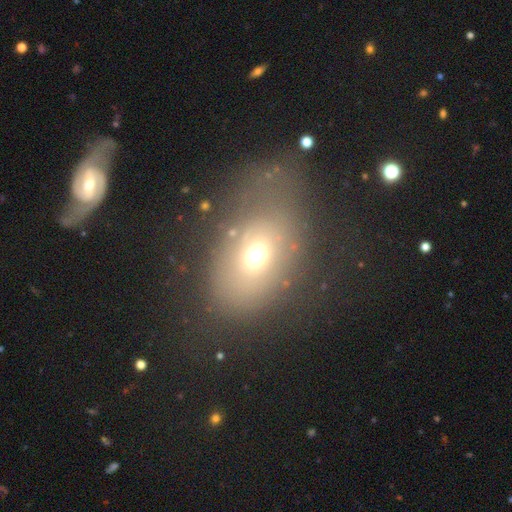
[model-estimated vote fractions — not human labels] A smooth galaxy with no disk features (59%) that is in between round and cigar-shaped (73%). Merging: none (51%).